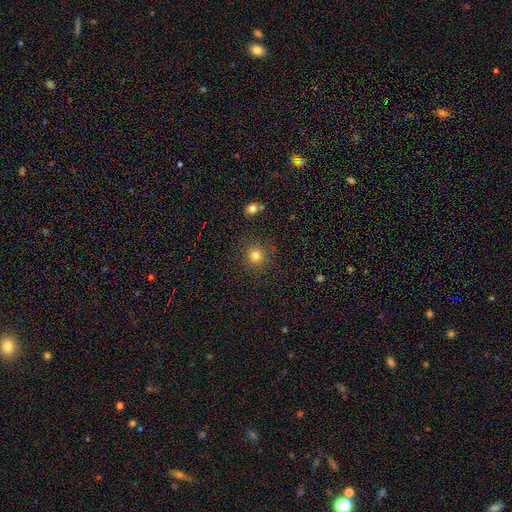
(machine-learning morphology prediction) Smooth or featured? Predicted: smooth (p=0.80). How rounded? Predicted: round (p=0.91). Merging? Predicted: none (p=0.87).